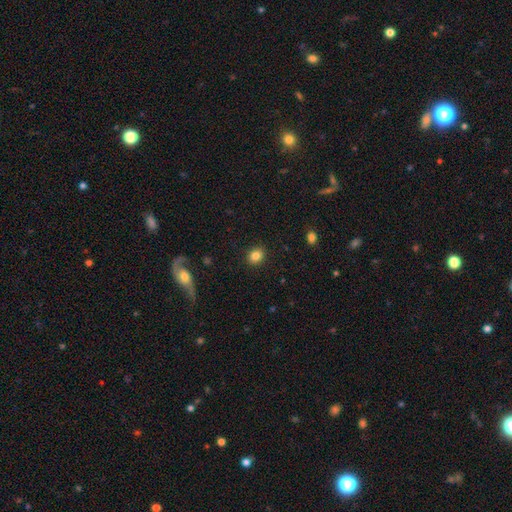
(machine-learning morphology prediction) A smooth galaxy with no disk features (85%) that is round (63%).

Vote fractions:
- Smooth or featured? smooth: 85% / star or artifact: 10% / featured or disk: 6%
- How rounded? round: 63% / in between: 36% / cigar-shaped: 1%
- Merging? none: 90% / minor disturbance: 7% / major disturbance: 2% / merger: 1%